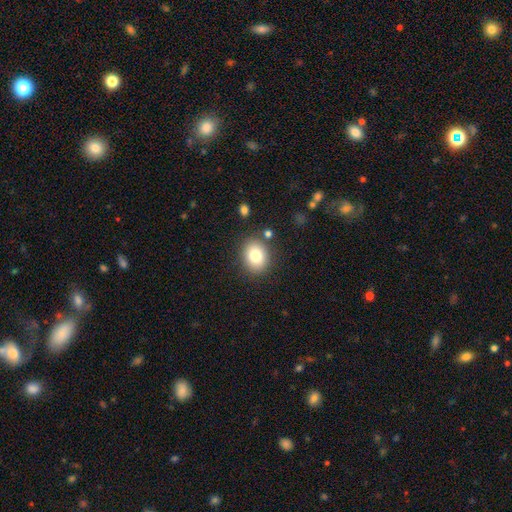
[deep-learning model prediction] A smooth galaxy with no disk features (80%) that is round (57%).

Vote fractions:
- Smooth or featured? smooth: 80% / star or artifact: 10% / featured or disk: 10%
- How rounded? round: 57% / in between: 42% / cigar-shaped: 1%
- Merging? none: 83% / minor disturbance: 10% / merger: 4% / major disturbance: 3%